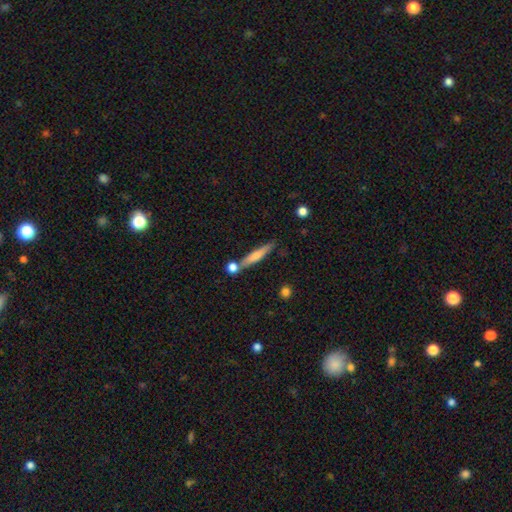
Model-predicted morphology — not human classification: Smooth or featured? smooth (59%)
How rounded? cigar-shaped (91%)
Merging? none (72%)